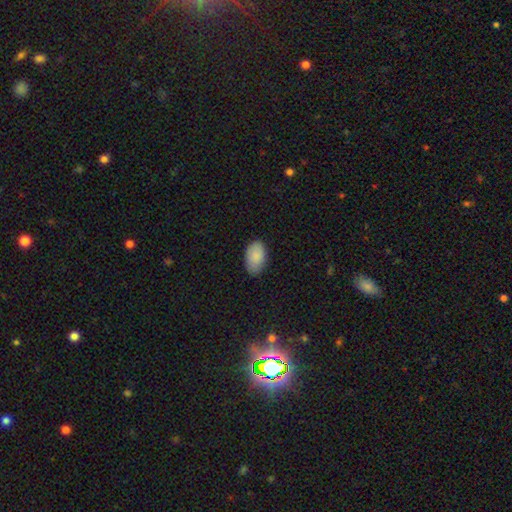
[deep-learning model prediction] Smooth or featured: smooth — 88% (star or artifact — 6%)
How rounded: in between — 94% (round — 5%)
Merging: none — 79% (minor disturbance — 17%)